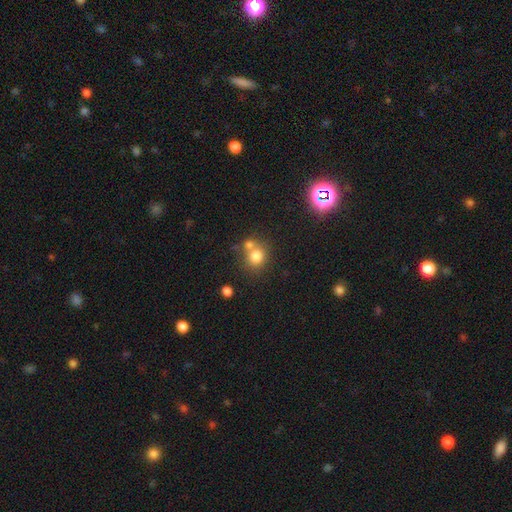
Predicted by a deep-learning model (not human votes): smooth-or-featured: smooth: 77% | star or artifact: 13% | featured or disk: 10%
  how-rounded: round: 81% | in between: 18% | cigar-shaped: 1%
  merging: none: 50% | merger: 37% | minor disturbance: 9% | major disturbance: 4%